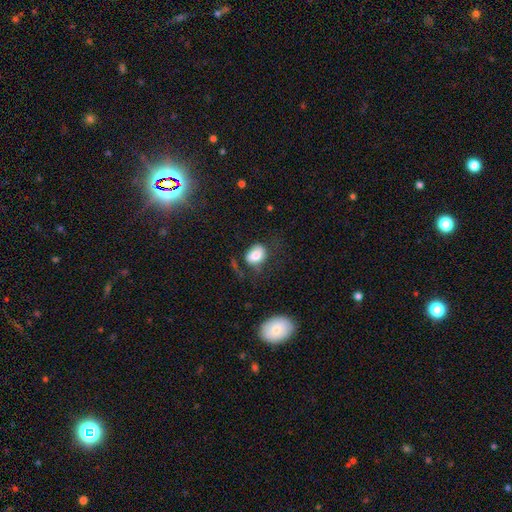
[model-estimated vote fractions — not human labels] Smooth or featured?
  - smooth: 77% *
  - featured or disk: 15%
  - star or artifact: 8%
How rounded?
  - in between: 68% *
  - round: 30%
  - cigar-shaped: 1%
Merging?
  - none: 48% *
  - minor disturbance: 25%
  - major disturbance: 23%
  - merger: 4%